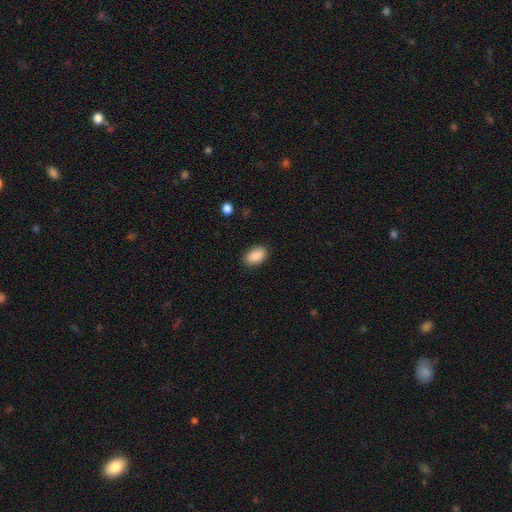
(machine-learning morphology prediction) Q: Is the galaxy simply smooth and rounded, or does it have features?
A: smooth — 90%.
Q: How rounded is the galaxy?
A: in between — 93%.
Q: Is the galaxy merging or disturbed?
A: none — 88%.